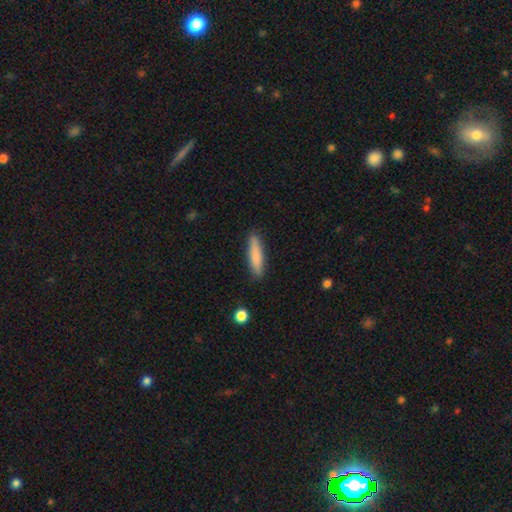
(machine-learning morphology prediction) This appears to be a smooth galaxy with no disk features (83%) that is cigar-shaped (79%). Merging: none (87%).